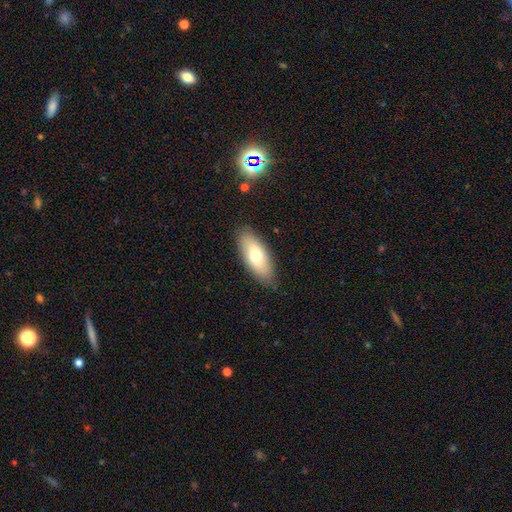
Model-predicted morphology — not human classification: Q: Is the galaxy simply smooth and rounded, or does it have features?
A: smooth — 69%.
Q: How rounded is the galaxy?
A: in between — 80%.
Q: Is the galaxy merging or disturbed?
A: none — 85%.